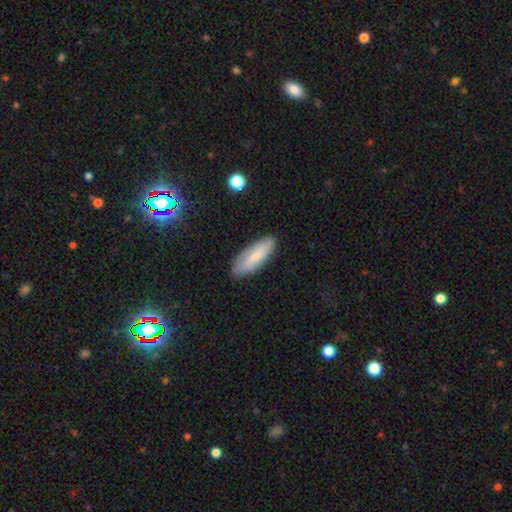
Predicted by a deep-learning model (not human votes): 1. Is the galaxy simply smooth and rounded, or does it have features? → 71% smooth, 23% featured or disk, 7% star or artifact.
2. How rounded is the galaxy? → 62% in between, 36% cigar-shaped, 2% round.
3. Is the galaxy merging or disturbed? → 83% none, 13% minor disturbance, 3% major disturbance, 1% merger.